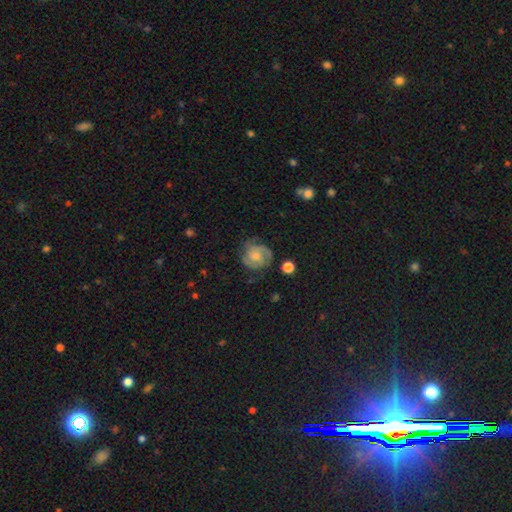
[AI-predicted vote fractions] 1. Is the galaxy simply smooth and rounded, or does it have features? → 72% featured or disk, 22% smooth, 7% star or artifact.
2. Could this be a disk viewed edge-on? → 98% no, 2% yes.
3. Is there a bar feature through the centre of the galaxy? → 66% no, 30% weak, 4% strong.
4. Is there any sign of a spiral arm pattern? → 92% yes, 8% no.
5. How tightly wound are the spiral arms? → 49% tight, 40% medium, 11% loose.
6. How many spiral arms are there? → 48% 2, 21% 3, 20% can't tell, 5% 1, 4% 4, 3% more than 4.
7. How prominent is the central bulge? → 46% small, 42% moderate, 7% none, 4% large, 1% dominant.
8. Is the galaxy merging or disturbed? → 69% none, 20% minor disturbance, 9% major disturbance, 2% merger.